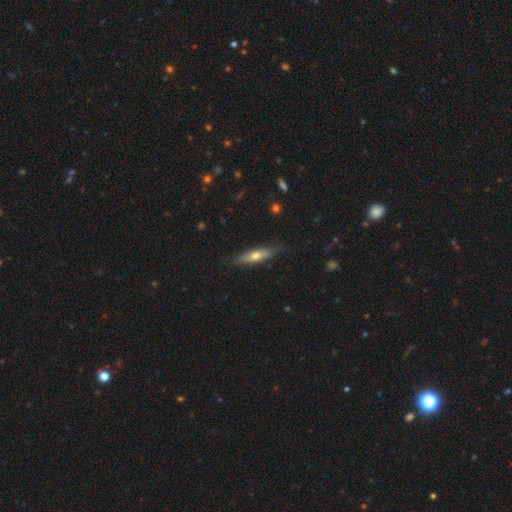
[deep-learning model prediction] Smooth or featured?
  - featured or disk: 48% *
  - smooth: 46%
  - star or artifact: 6%
Merging?
  - none: 80% *
  - minor disturbance: 16%
  - major disturbance: 3%
  - merger: 1%